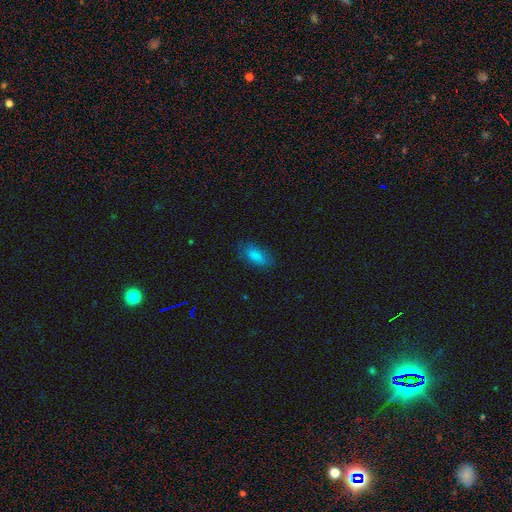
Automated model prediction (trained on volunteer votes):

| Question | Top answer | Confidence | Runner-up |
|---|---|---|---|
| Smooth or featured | smooth | 84% | star or artifact (9%) |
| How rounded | in between | 85% | cigar-shaped (12%) |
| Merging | none | 76% | minor disturbance (17%) |